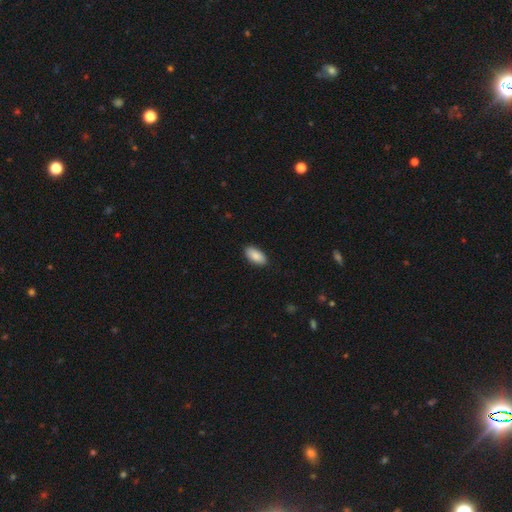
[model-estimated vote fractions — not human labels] Overall: smooth (89%). How rounded: in between (93%). Merging: none (89%).